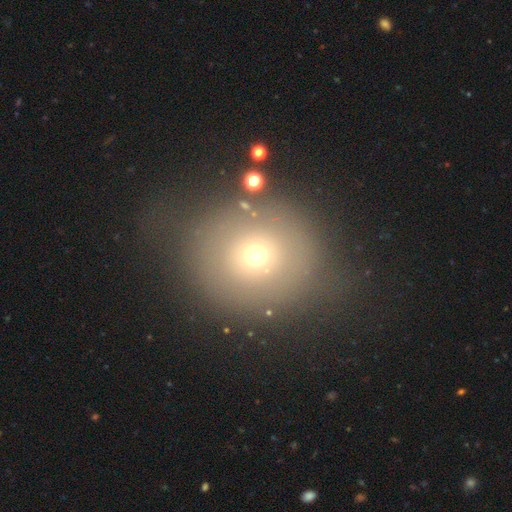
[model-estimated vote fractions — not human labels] A smooth galaxy with no disk features (62%) that is round (79%).

Vote fractions:
- Smooth or featured? smooth: 62% / featured or disk: 21% / star or artifact: 17%
- How rounded? round: 79% / in between: 20% / cigar-shaped: 1%
- Merging? none: 68% / minor disturbance: 17% / major disturbance: 11% / merger: 4%